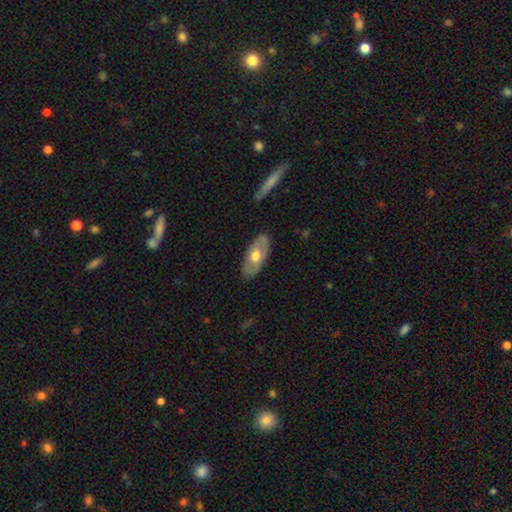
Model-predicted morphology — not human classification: smooth_or_featured: featured or disk (p=0.50) [alt: smooth p=0.45]
disk_edge_on: no (p=0.81) [alt: yes p=0.19]
merging: none (p=0.83) [alt: minor disturbance p=0.13]